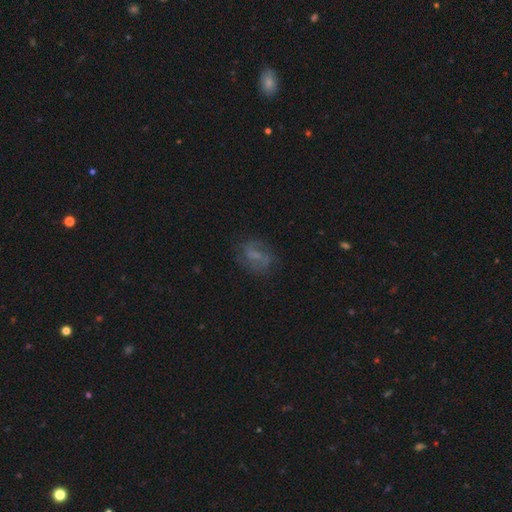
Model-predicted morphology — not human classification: This is possibly a featured or disk galaxy (55%). It is clearly not viewed edge-on (96%). Bar: possibly weak (46%). Spiral arm pattern: likely yes (74%). Central bulge: marginally none (44%). Merging: likely none (71%).